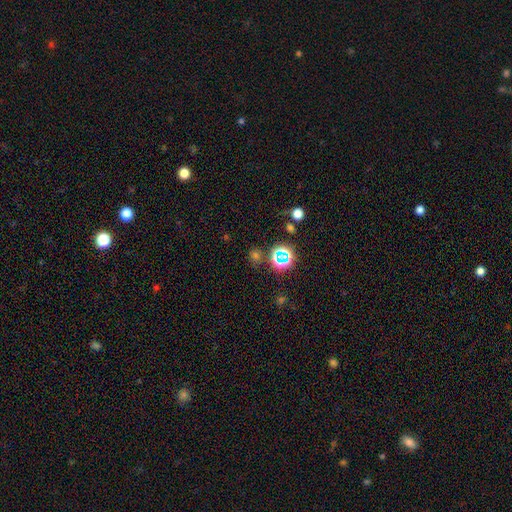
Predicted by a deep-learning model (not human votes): This is possibly a star or artifact rather than a galaxy (55%).